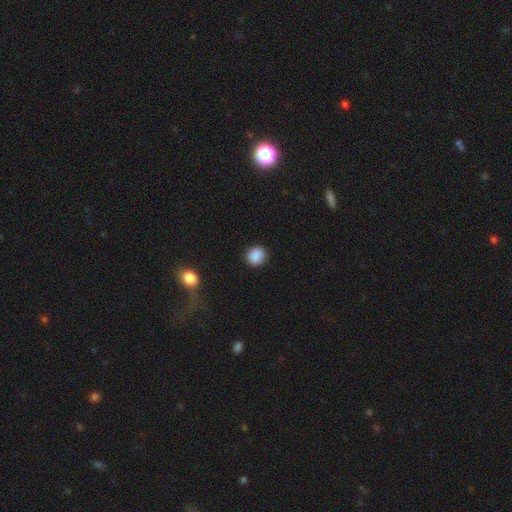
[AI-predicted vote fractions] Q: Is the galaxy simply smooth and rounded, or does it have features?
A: smooth — 88%.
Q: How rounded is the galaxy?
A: round — 86%.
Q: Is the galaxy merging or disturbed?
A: none — 90%.